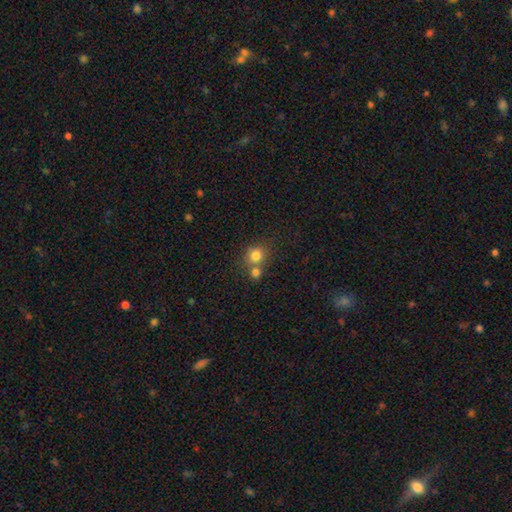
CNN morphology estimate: Smooth or featured: smooth — 79% (star or artifact — 12%)
How rounded: round — 86% (in between — 13%)
Merging: none — 52% (merger — 37%)